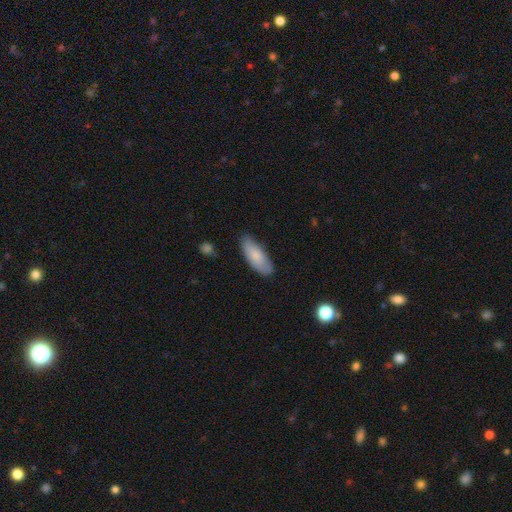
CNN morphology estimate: This appears to be a smooth galaxy with no disk features (80%) that is in between round and cigar-shaped (79%). Merging: none (78%).